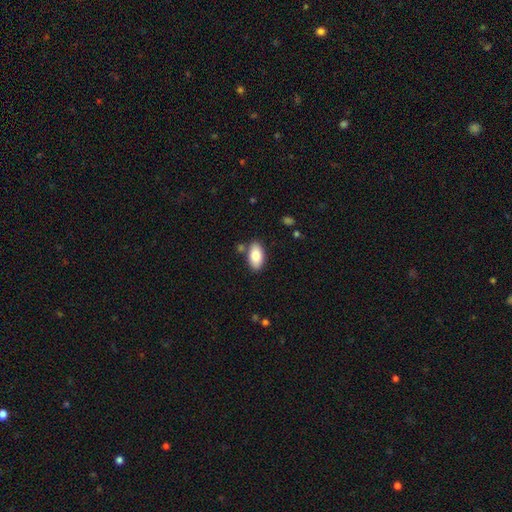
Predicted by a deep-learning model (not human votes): This appears to be a smooth galaxy with no disk features (81%) that is in between round and cigar-shaped (94%). Merging: none (80%).